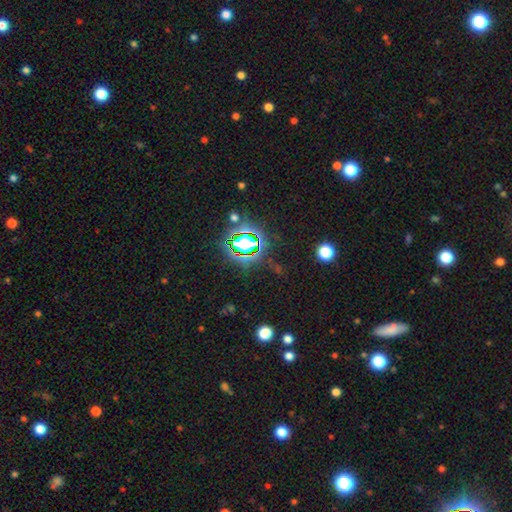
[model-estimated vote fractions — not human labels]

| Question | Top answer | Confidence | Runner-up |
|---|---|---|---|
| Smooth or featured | star or artifact | 81% | smooth (12%) |